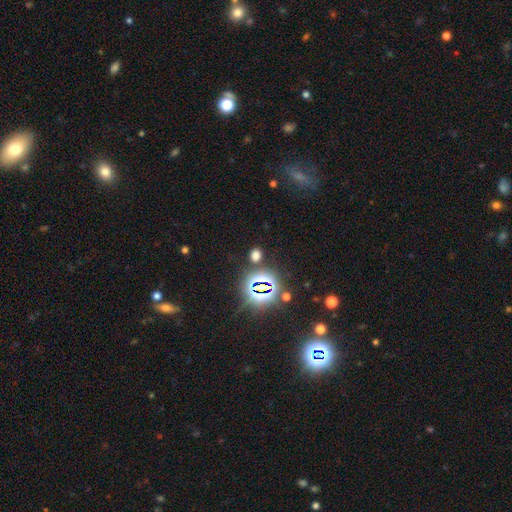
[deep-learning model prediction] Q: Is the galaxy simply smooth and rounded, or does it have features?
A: smooth — 53%.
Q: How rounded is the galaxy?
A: round — 53%.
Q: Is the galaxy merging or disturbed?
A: none — 82%.